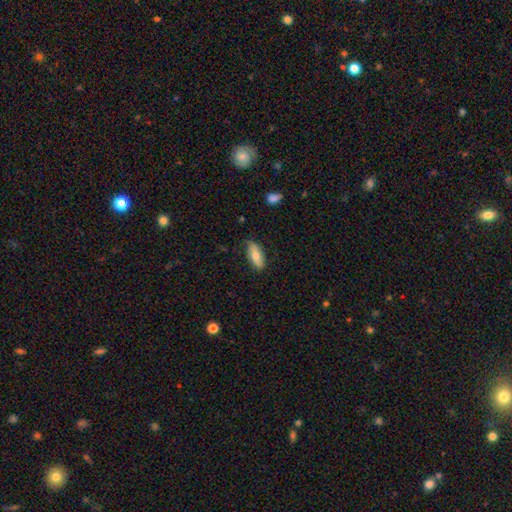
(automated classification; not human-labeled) Smooth or featured? smooth (69%)
How rounded? in between (76%)
Merging? none (80%)